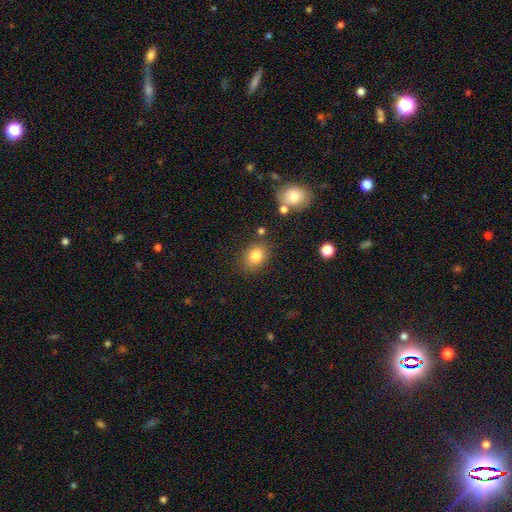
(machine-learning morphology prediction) This is clearly a smooth galaxy (82%). How rounded: likely in between (65%). Merging: likely none (79%).